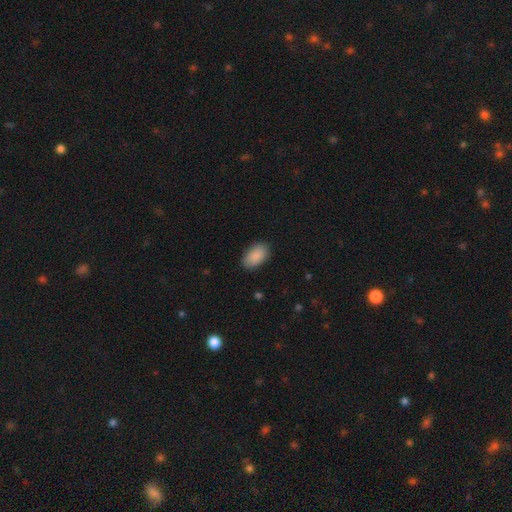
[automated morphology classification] The model was most divided on "merging": none: 87%, minor disturbance: 10%, major disturbance: 2%, merger: 1%. More confident: how rounded — in between (94%); smooth or featured — smooth (90%).